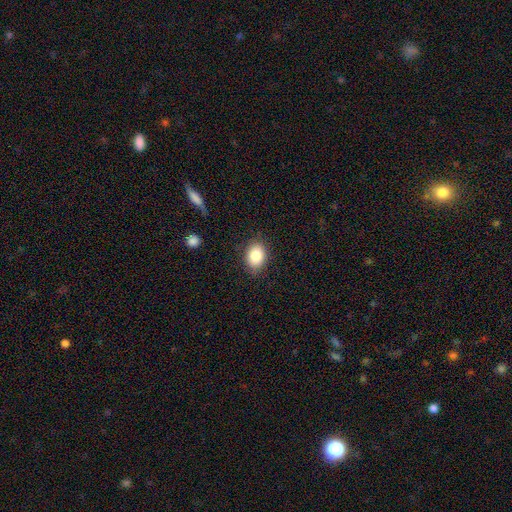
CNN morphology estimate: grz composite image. It shows a smooth galaxy with no disk features (84%) that is in between round and cigar-shaped (74%). Merging: none (84%).